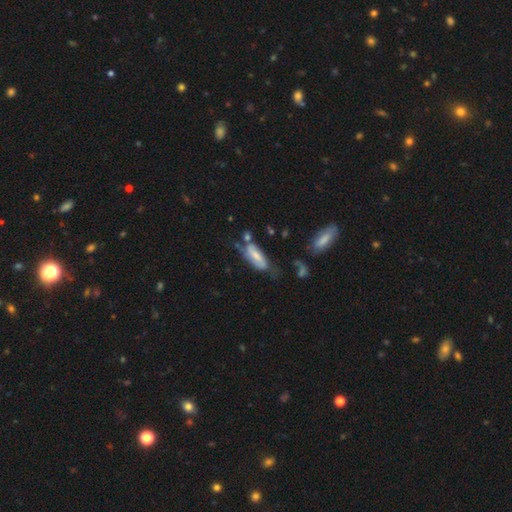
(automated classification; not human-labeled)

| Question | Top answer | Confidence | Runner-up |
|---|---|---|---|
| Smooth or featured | featured or disk | 48% | smooth (45%) |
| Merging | none | 39% | minor disturbance (29%) |